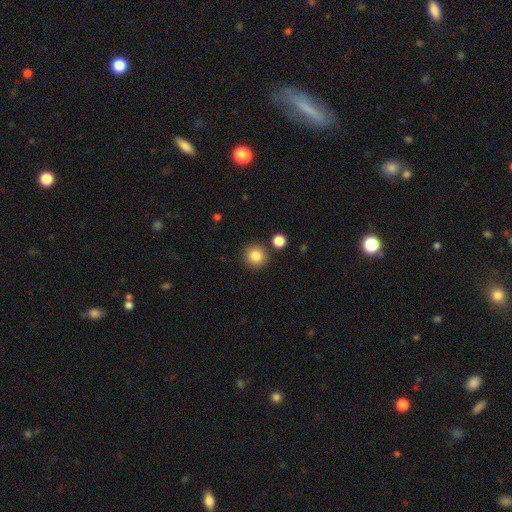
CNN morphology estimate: type=smooth (84%); roundness=round (94%); merging=none (87%).